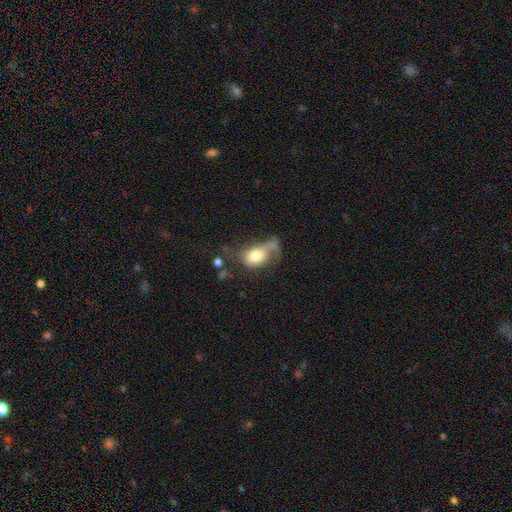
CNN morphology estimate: type=smooth (66%); roundness=in between (73%); merging=major disturbance (47%).